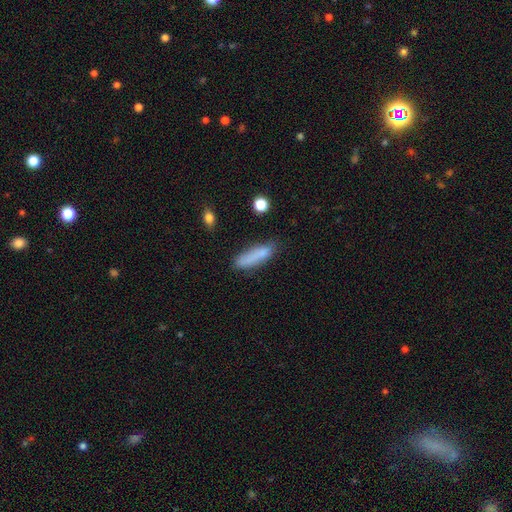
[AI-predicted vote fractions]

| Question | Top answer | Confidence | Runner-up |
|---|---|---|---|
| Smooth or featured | smooth | 81% | featured or disk (11%) |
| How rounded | cigar-shaped | 71% | in between (27%) |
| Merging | none | 70% | minor disturbance (21%) |